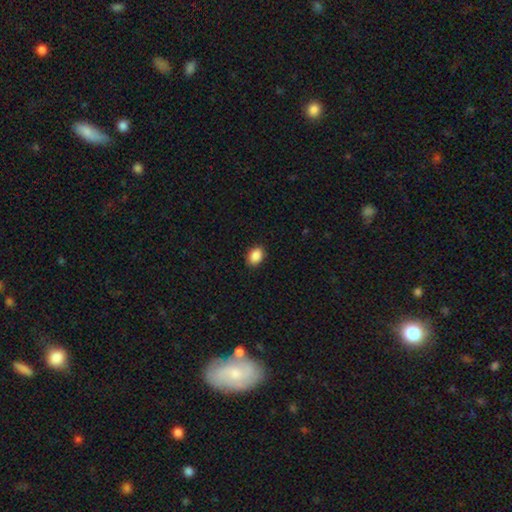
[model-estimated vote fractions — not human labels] smooth 89%, star or artifact 8%, featured or disk 3%. Down the decision tree: how rounded — in between (76%); merging — none (88%).